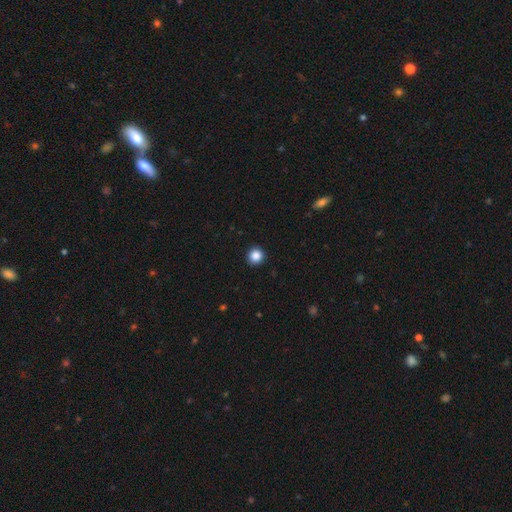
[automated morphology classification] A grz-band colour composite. It shows a smooth galaxy with no disk features (87%) that is round (94%). Merging: none (93%).